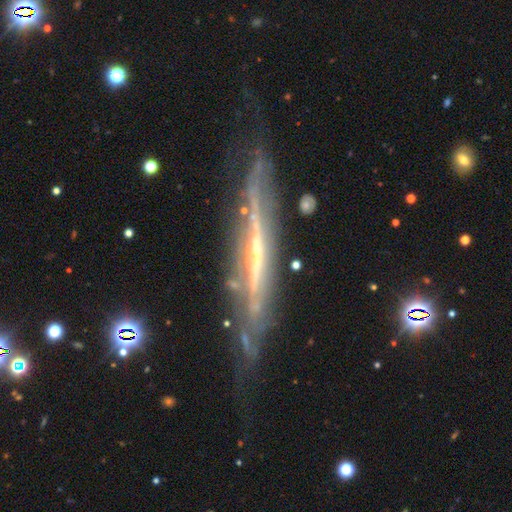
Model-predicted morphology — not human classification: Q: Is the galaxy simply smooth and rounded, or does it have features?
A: featured or disk — 83%.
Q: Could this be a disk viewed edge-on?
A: yes — 86%.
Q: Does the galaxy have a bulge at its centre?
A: none — 72%.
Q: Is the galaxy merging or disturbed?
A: none — 68%.